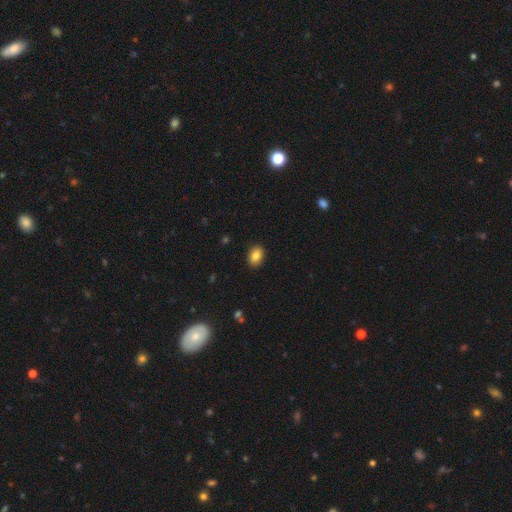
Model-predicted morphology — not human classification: A smooth galaxy with no disk features (85%) that is in between round and cigar-shaped (77%).

Vote fractions:
- Smooth or featured? smooth: 85% / star or artifact: 9% / featured or disk: 7%
- How rounded? in between: 77% / round: 22% / cigar-shaped: 1%
- Merging? none: 90% / minor disturbance: 7% / major disturbance: 2% / merger: 1%